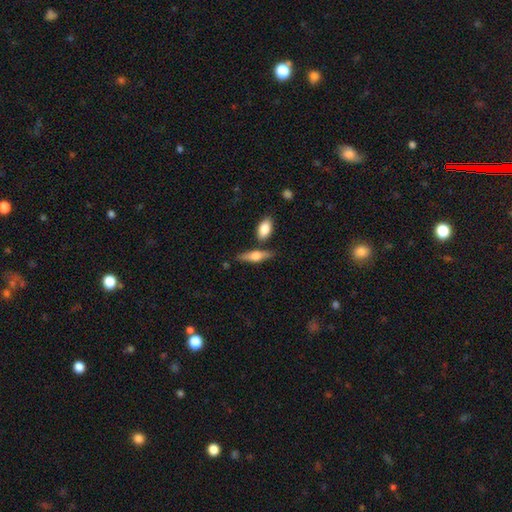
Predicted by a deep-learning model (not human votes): smooth_or_featured: featured or disk (p=0.50) [alt: smooth p=0.43]
disk_edge_on: yes (p=0.93) [alt: no p=0.07]
merging: none (p=0.73) [alt: merger p=0.12]